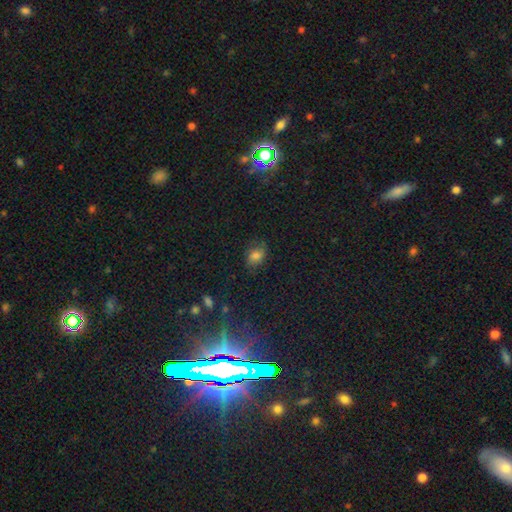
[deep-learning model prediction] Smooth or featured?
  - smooth: 74% *
  - star or artifact: 15%
  - featured or disk: 11%
How rounded?
  - in between: 69% *
  - round: 29%
  - cigar-shaped: 1%
Merging?
  - none: 70% *
  - minor disturbance: 22%
  - major disturbance: 7%
  - merger: 2%